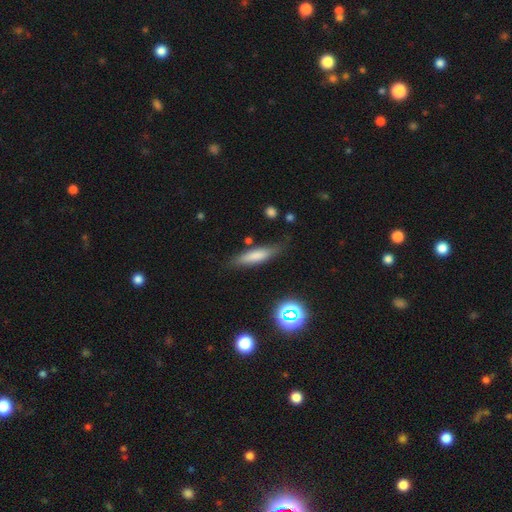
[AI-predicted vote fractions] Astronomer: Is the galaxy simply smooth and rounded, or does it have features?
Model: smooth — 73%.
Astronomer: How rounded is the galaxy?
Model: cigar-shaped — 69%.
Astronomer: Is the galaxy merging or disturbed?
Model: none — 77%.